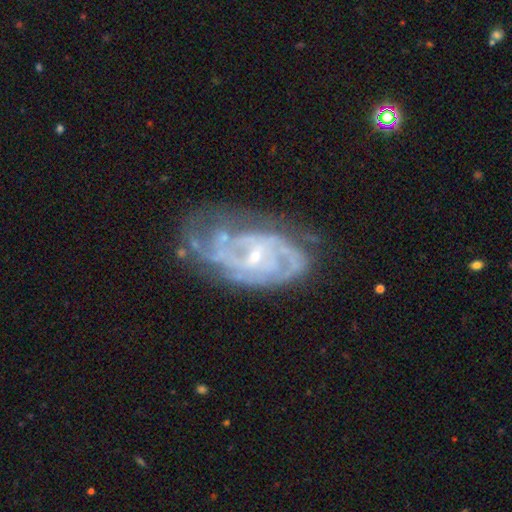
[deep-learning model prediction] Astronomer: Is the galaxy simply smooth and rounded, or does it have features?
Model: featured or disk — 85%.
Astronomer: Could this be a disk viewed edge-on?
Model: no — 96%.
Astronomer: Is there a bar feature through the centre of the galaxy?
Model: no — 47% (runner-up: weak, 42%).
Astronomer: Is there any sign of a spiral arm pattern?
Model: yes — 91%.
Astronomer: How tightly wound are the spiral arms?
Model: tight — 55% (runner-up: medium, 36%).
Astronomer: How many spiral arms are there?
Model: can't tell — 34% (runner-up: 2, 26%).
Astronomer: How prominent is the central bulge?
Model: small — 74%.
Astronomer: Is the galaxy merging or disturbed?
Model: none — 50% (runner-up: minor disturbance, 28%).